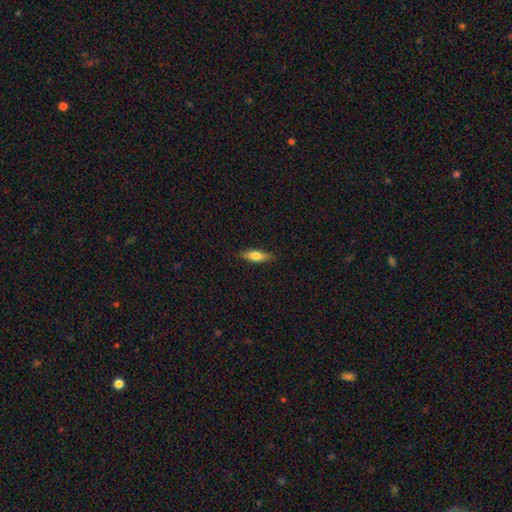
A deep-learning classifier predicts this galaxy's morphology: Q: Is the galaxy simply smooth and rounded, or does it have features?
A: smooth — 72%.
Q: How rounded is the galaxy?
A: in between — 53%.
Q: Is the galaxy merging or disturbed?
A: none — 86%.